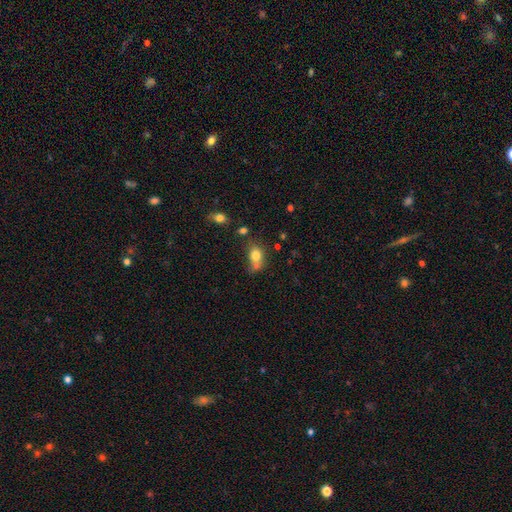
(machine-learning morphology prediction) Smooth or featured: smooth — 78% (featured or disk — 12%)
How rounded: in between — 61% (round — 37%)
Merging: none — 42% (merger — 28%)